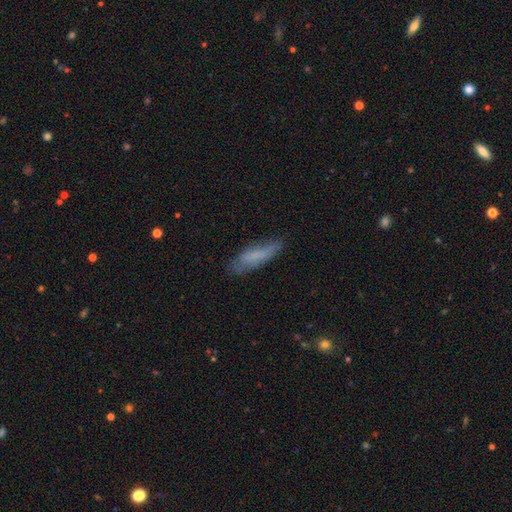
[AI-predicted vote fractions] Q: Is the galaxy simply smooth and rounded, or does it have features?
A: smooth — 67%.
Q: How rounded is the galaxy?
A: cigar-shaped — 63%.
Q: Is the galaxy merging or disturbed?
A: none — 63%.